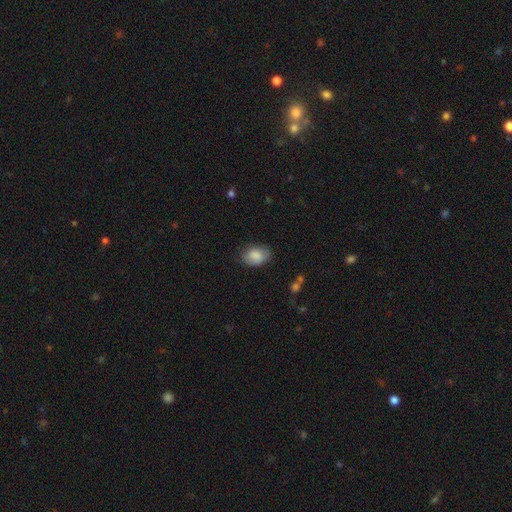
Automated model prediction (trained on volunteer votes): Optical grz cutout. It shows a smooth galaxy with no disk features (84%) that is in between round and cigar-shaped (81%). Merging: none (70%).